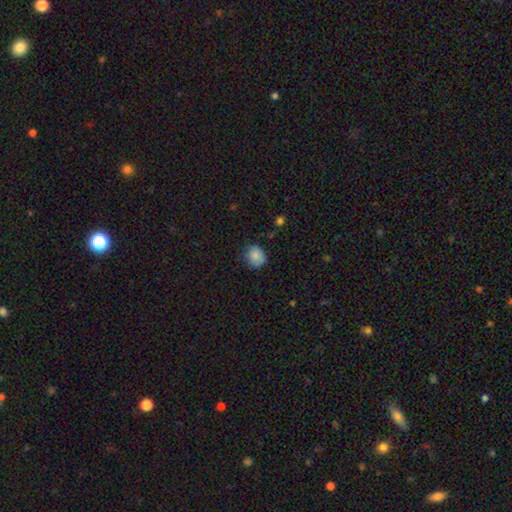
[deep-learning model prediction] Smooth or featured? Predicted: smooth (p=0.84). How rounded? Predicted: round (p=0.66). Merging? Predicted: none (p=0.68).